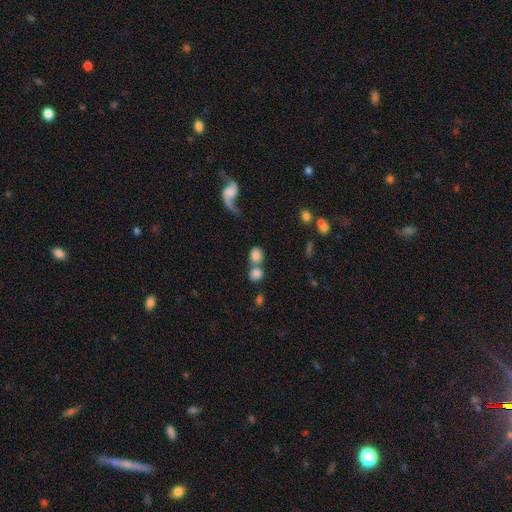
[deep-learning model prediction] Overall: smooth (75%). How rounded: round (66%; in between 32%). Merging: merger (45%; none 39%).